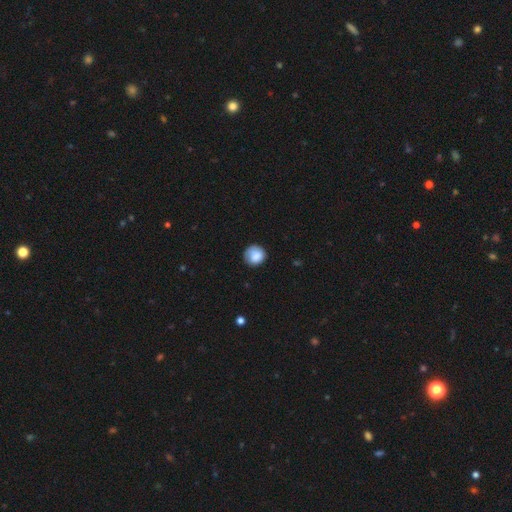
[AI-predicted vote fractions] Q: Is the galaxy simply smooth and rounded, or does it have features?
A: smooth — 85%.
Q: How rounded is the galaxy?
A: round — 89%.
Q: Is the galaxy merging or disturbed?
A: none — 74%.